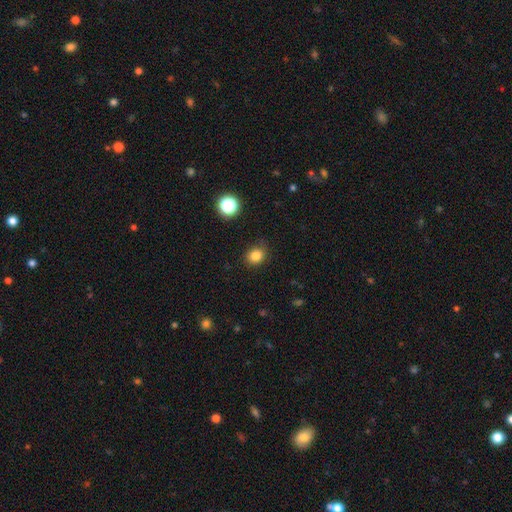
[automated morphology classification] This appears to be a smooth galaxy with no disk features (82%) that is round (69%). Merging: none (81%).